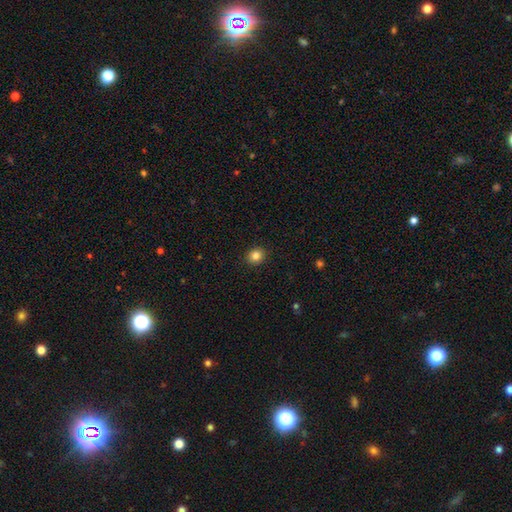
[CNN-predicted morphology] This is clearly a smooth galaxy (84%). How rounded: likely round (76%). Merging: clearly none (92%).